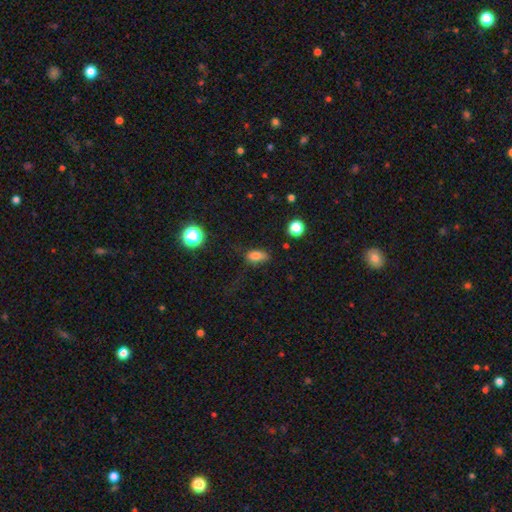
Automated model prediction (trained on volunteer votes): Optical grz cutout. It shows a smooth galaxy with no disk features (77%) that is in between round and cigar-shaped (80%). Merging: none (54%).